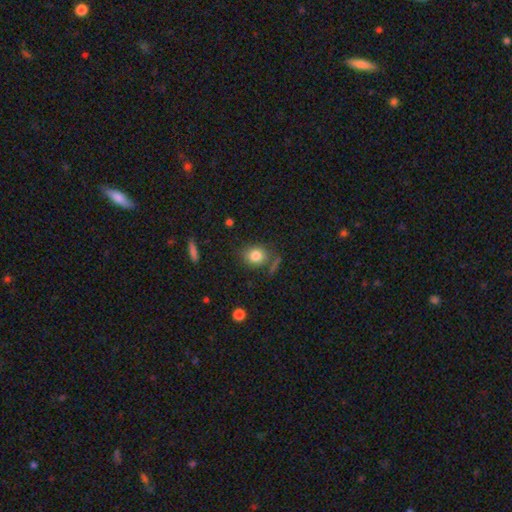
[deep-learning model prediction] smooth 81%, star or artifact 10%, featured or disk 8%. Down the decision tree: how rounded — round (64%); merging — none (72%).